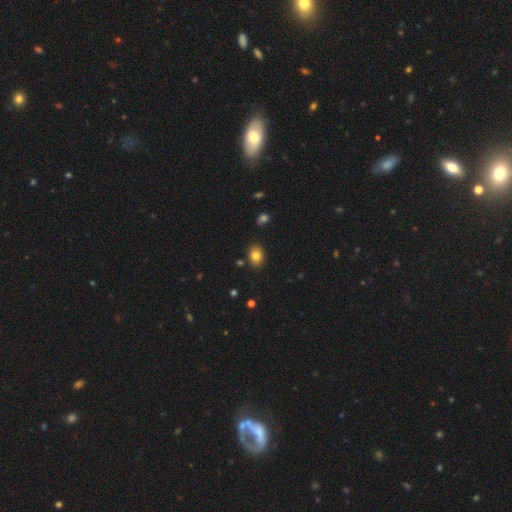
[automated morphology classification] Smooth or featured: smooth — 81% (star or artifact — 10%)
How rounded: in between — 70% (round — 29%)
Merging: none — 85% (minor disturbance — 11%)